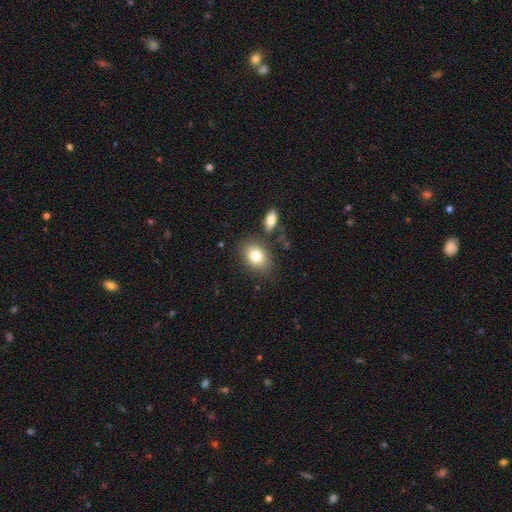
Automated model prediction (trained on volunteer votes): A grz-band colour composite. It shows a smooth galaxy with no disk features (81%) that is in between round and cigar-shaped (73%). Merging: none (75%).